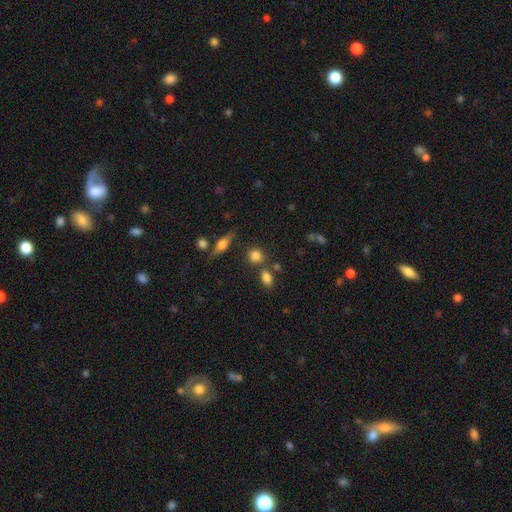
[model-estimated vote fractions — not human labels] This is clearly a smooth galaxy (80%). How rounded: likely round (71%). Merging: likely none (71%).